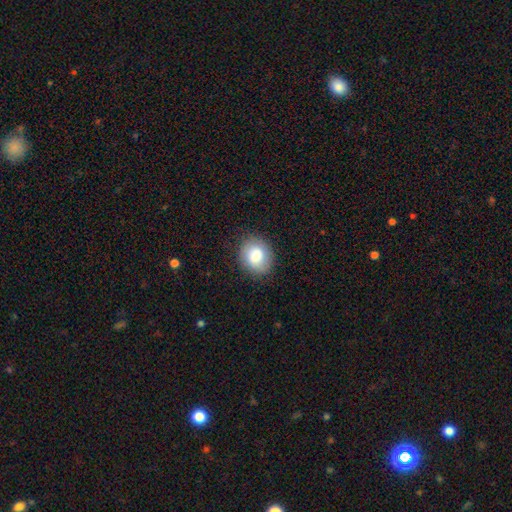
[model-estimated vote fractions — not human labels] The model was most divided on "how rounded": round: 59%, in between: 40%, cigar-shaped: 1%. More confident: merging — none (84%); smooth or featured — smooth (81%).